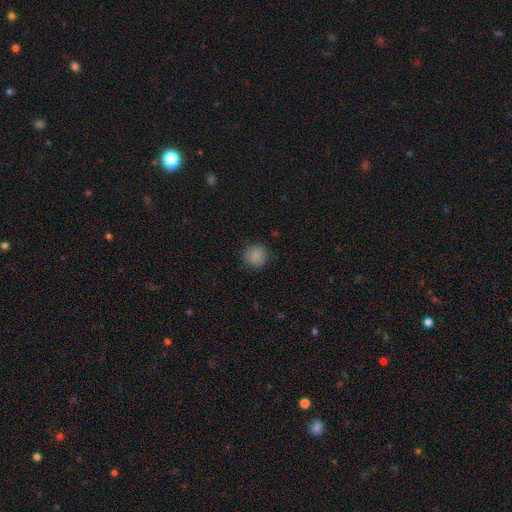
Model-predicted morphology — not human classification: Smooth or featured?
  - smooth: 86% *
  - star or artifact: 11%
  - featured or disk: 4%
How rounded?
  - round: 91% *
  - in between: 8%
  - cigar-shaped: 1%
Merging?
  - none: 86% *
  - minor disturbance: 10%
  - major disturbance: 3%
  - merger: 1%